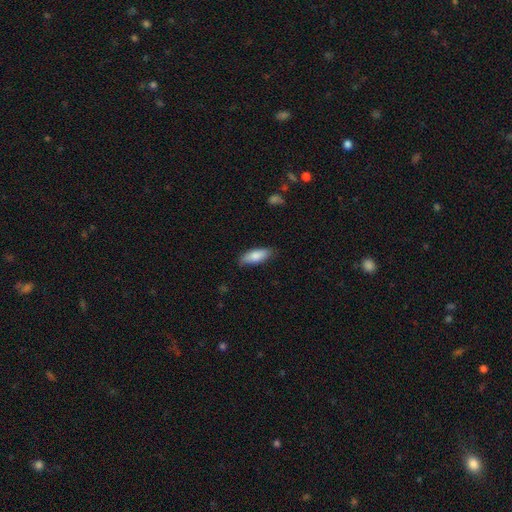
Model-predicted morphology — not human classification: type=smooth (82%); roundness=in between (67%); merging=none (83%).